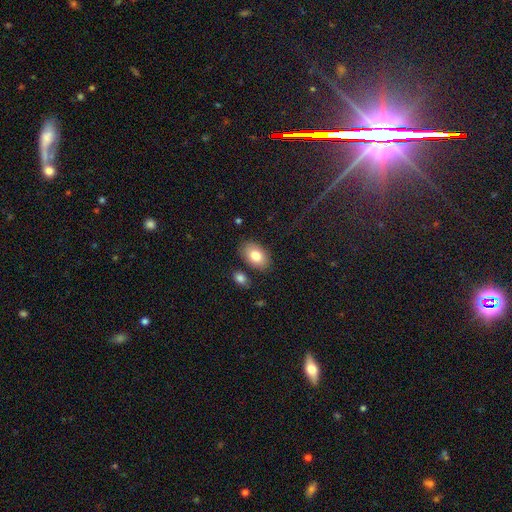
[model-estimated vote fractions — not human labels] Smooth or featured? Predicted: smooth (p=0.80). How rounded? Predicted: in between (p=0.90). Merging? Predicted: none (p=0.81).